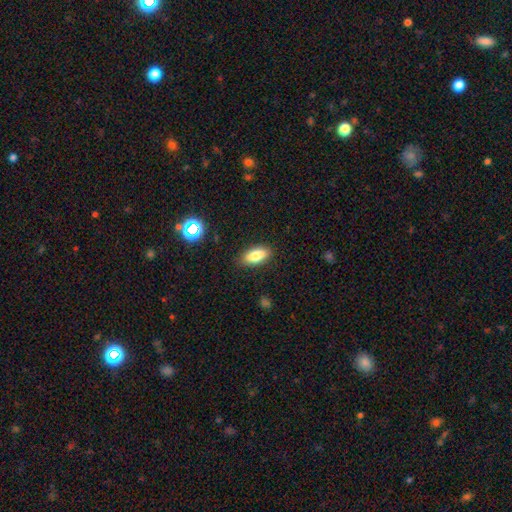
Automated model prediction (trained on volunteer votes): This is clearly a smooth galaxy (81%). How rounded: clearly in between (85%). Merging: clearly none (87%).